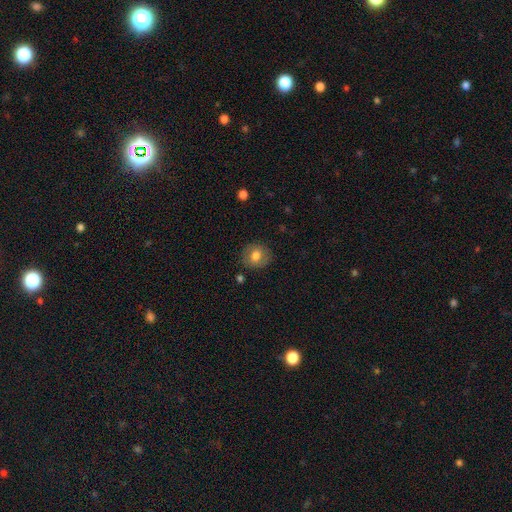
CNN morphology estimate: smooth_or_featured: smooth (p=0.74) [alt: featured or disk p=0.18]
how_rounded: round (p=0.79) [alt: in between p=0.20]
merging: none (p=0.85) [alt: minor disturbance p=0.10]